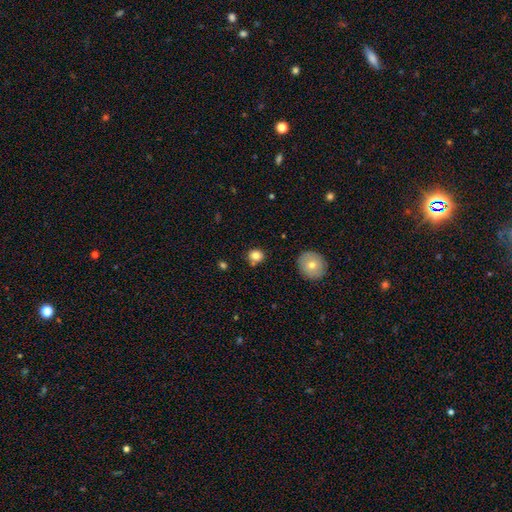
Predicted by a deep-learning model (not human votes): A smooth galaxy with no disk features (81%) that is round (80%). Merging: none (78%).